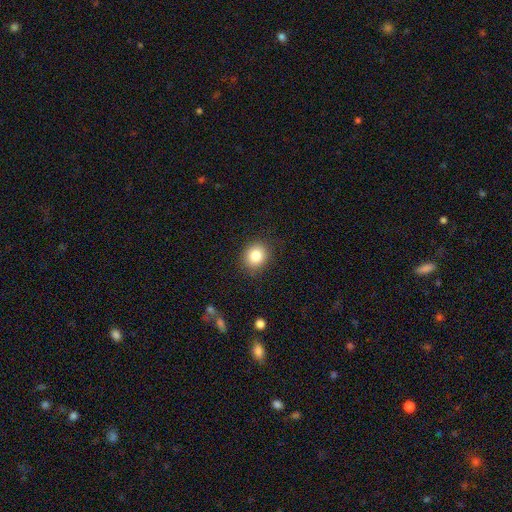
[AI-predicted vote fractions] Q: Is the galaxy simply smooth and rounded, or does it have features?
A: smooth — 83%.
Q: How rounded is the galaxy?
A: round — 71%.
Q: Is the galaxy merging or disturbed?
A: none — 87%.